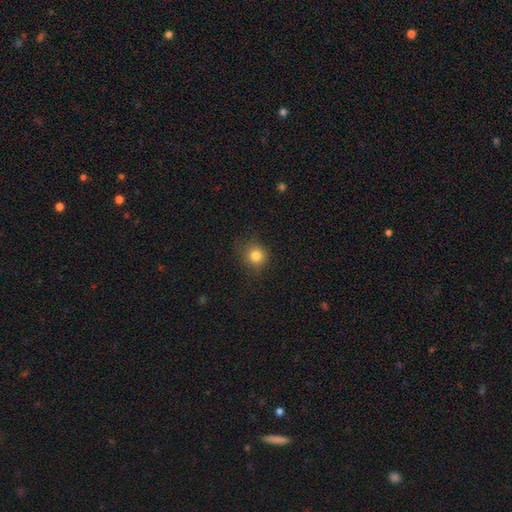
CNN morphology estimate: The model was most divided on "merging": none: 78%, minor disturbance: 16%, major disturbance: 5%, merger: 1%. More confident: how rounded — round (86%); smooth or featured — smooth (82%).